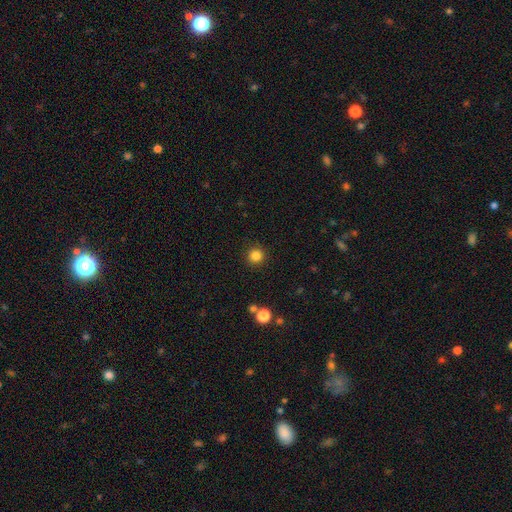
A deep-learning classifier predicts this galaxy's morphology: The model was most divided on "smooth or featured": smooth: 84%, star or artifact: 12%, featured or disk: 4%. More confident: how rounded — round (95%); merging — none (92%).